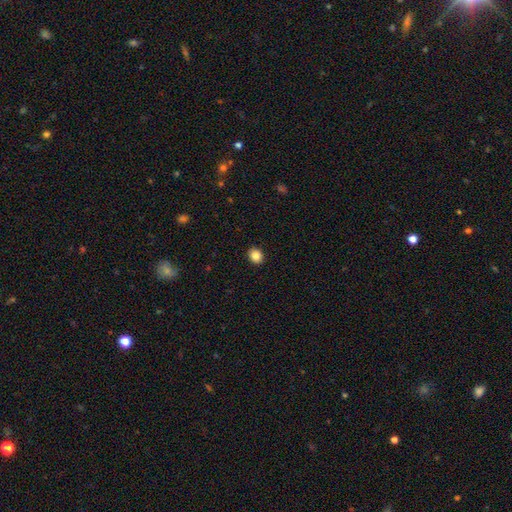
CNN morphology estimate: smooth_or_featured: smooth (p=0.86) [alt: star or artifact p=0.10]
how_rounded: round (p=0.67) [alt: in between p=0.33]
merging: none (p=0.92) [alt: minor disturbance p=0.06]